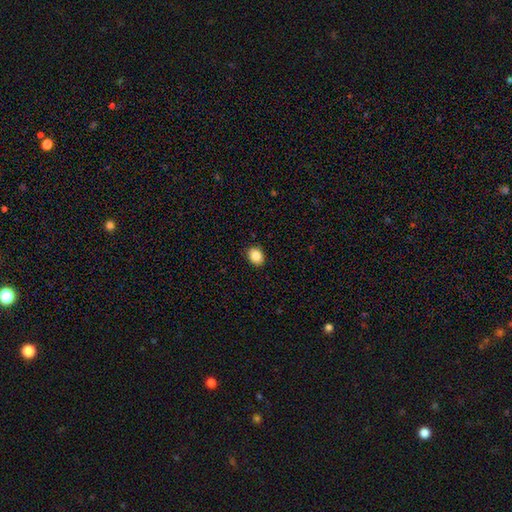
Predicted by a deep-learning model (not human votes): Q: Smooth or featured?
A: smooth (86%); runner-up: star or artifact (9%)
Q: How rounded?
A: in between (55%); runner-up: round (44%)
Q: Merging?
A: none (90%); runner-up: minor disturbance (7%)